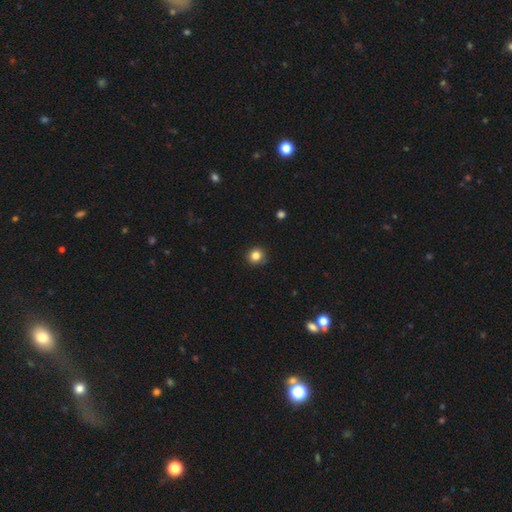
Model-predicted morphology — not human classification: A smooth galaxy with no disk features (83%) that is round (92%).

Vote fractions:
- Smooth or featured? smooth: 83% / star or artifact: 12% / featured or disk: 5%
- How rounded? round: 92% / in between: 7% / cigar-shaped: 1%
- Merging? none: 90% / minor disturbance: 7% / major disturbance: 2% / merger: 1%